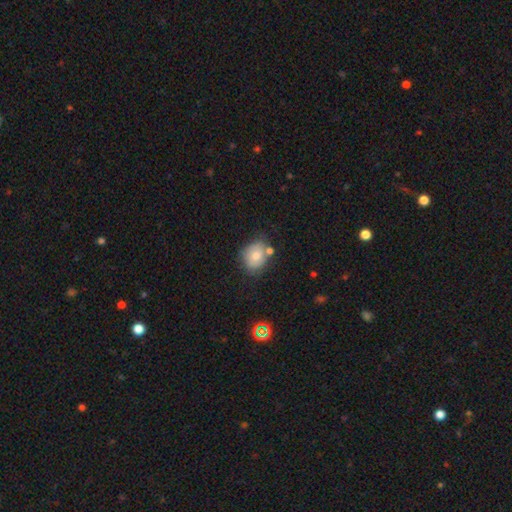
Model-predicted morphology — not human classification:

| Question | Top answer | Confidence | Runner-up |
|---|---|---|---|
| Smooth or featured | smooth | 63% | featured or disk (27%) |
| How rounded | round | 55% | in between (44%) |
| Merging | none | 56% | minor disturbance (24%) |